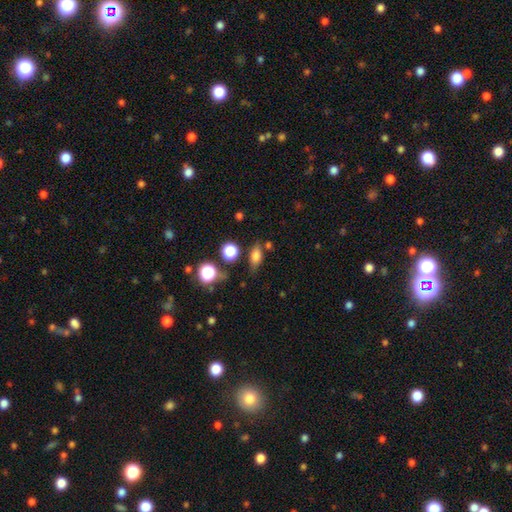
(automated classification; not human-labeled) Smooth or featured: smooth — 75% (star or artifact — 13%)
How rounded: in between — 74% (round — 17%)
Merging: none — 69% (minor disturbance — 19%)